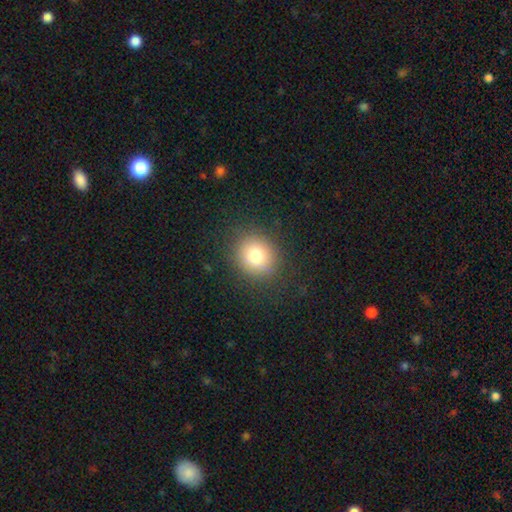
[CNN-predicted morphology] Q: Smooth or featured?
A: smooth (77%); runner-up: star or artifact (13%)
Q: How rounded?
A: round (82%); runner-up: in between (17%)
Q: Merging?
A: none (86%); runner-up: minor disturbance (8%)